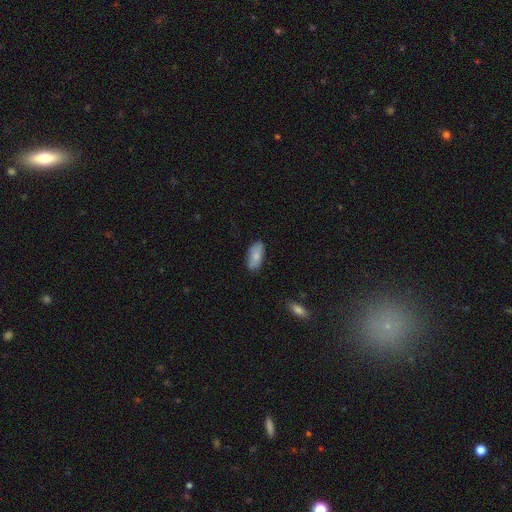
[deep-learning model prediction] Morphology: type=smooth (83%); roundness=in between (88%); merging=none (83%).